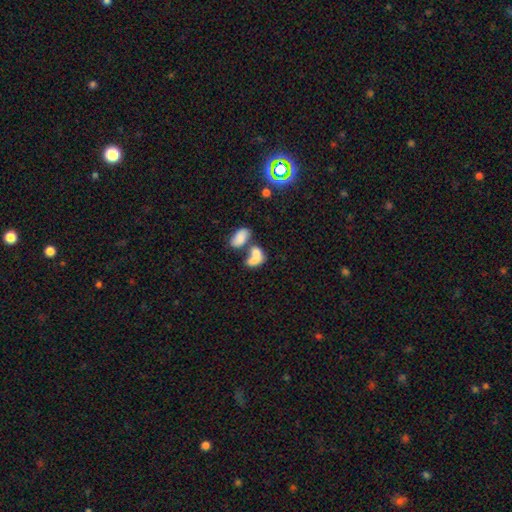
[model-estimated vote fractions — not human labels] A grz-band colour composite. It shows a smooth galaxy with no disk features (71%) that is in between round and cigar-shaped (84%). Merging: merger (66%).